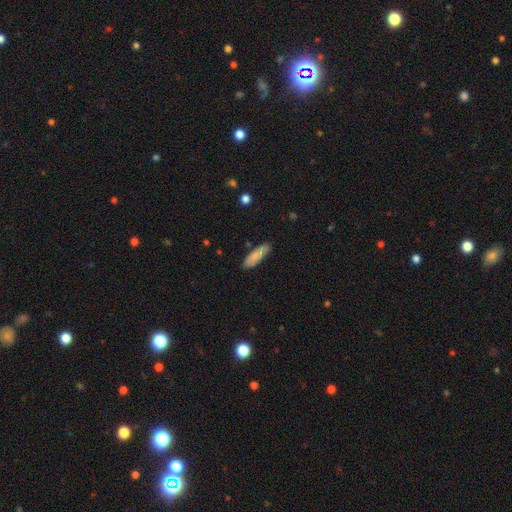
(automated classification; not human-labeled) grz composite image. It shows a smooth galaxy with no disk features (81%) that is cigar-shaped (57%). Merging: none (84%).